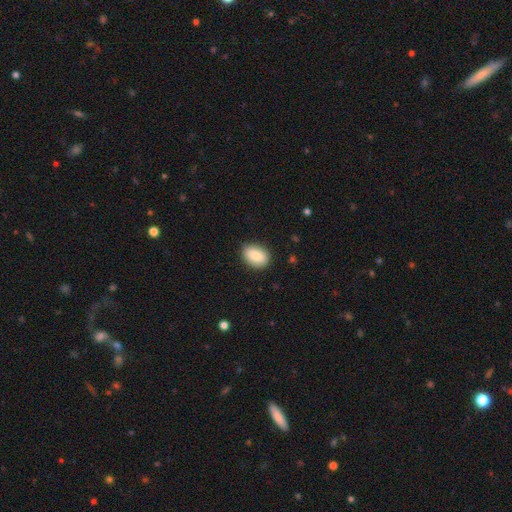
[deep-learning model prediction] Morphology: type=smooth (85%); roundness=in between (80%); merging=none (86%).